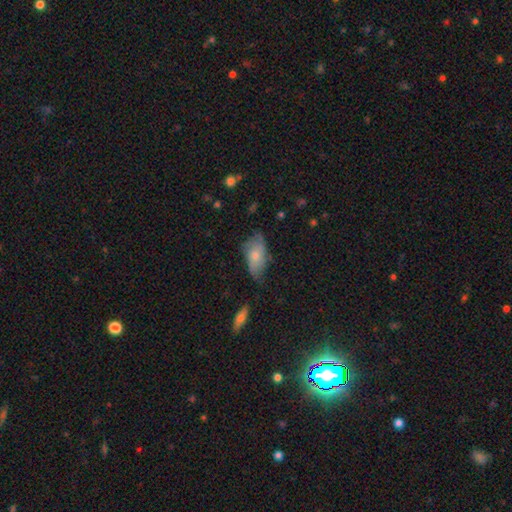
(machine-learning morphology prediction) Q: Smooth or featured?
A: smooth (61%); runner-up: featured or disk (32%)
Q: How rounded?
A: in between (91%); runner-up: round (5%)
Q: Merging?
A: none (48%); runner-up: minor disturbance (37%)